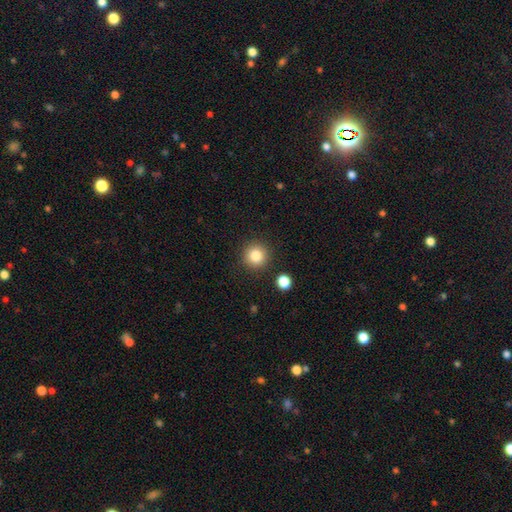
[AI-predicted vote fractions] Overall: smooth (84%). How rounded: round (94%). Merging: none (89%).